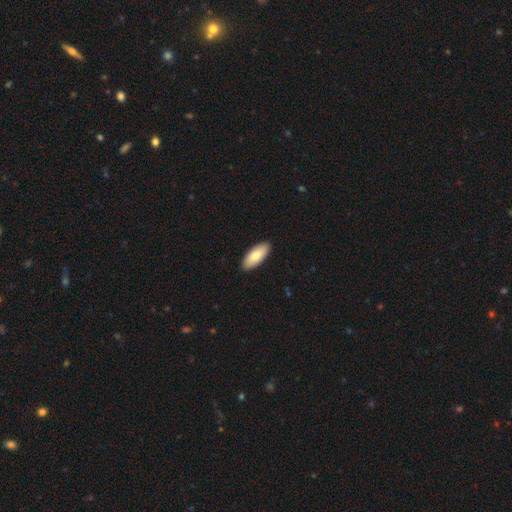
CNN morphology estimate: Q: Smooth or featured?
A: smooth (82%); runner-up: featured or disk (13%)
Q: How rounded?
A: in between (86%); runner-up: cigar-shaped (12%)
Q: Merging?
A: none (91%); runner-up: minor disturbance (7%)